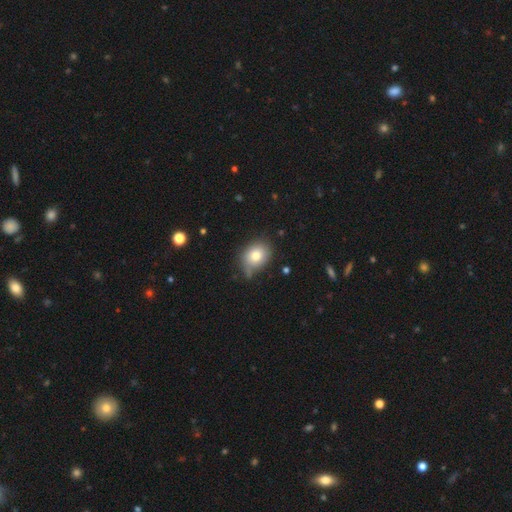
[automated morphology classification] This appears to be a smooth galaxy with no disk features (77%) that is in between round and cigar-shaped (55%). Merging: none (63%).